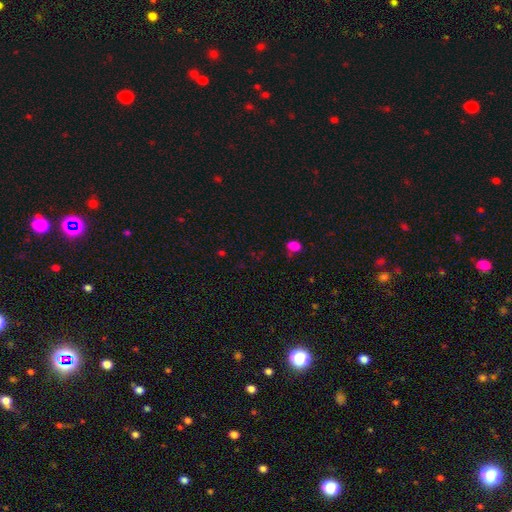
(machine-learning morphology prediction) Smooth or featured?
  - smooth: 48% *
  - star or artifact: 44%
  - featured or disk: 8%
Merging?
  - none: 70% *
  - minor disturbance: 16%
  - major disturbance: 8%
  - merger: 7%